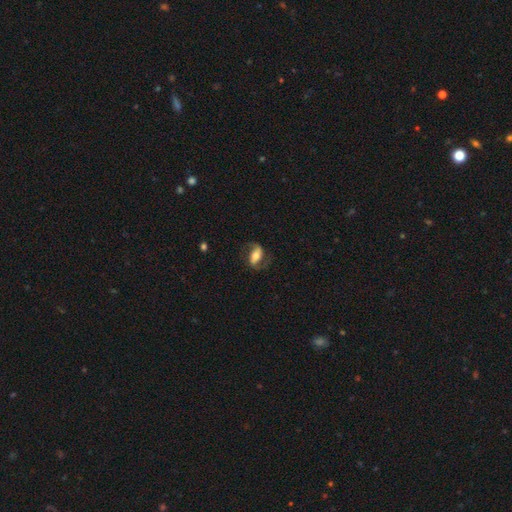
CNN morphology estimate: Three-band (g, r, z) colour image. It shows a featured or disk galaxy (60%) with a strong bar (48%), spiral arms (84%) and a moderate central bulge (51%). Merging: none (68%).